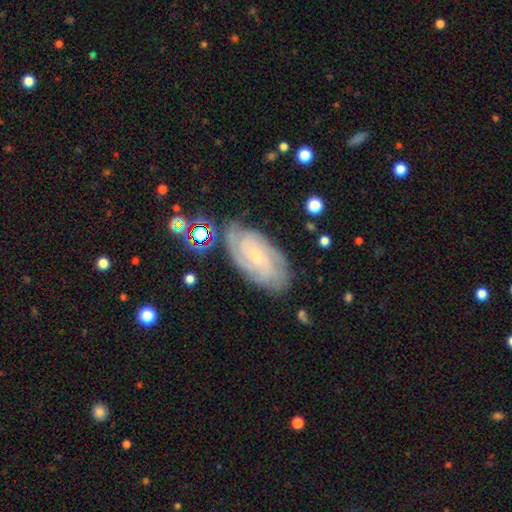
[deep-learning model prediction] smooth_or_featured: featured or disk (p=0.79) [alt: smooth p=0.13]
disk_edge_on: no (p=0.95) [alt: yes p=0.05]
bar: no (p=0.58) [alt: weak p=0.34]
has_spiral_arms: yes (p=0.96) [alt: no p=0.04]
spiral_winding: tight (p=0.68) [alt: medium p=0.27]
spiral_arm_count: can't tell (p=0.28) [alt: 3 p=0.23]
bulge_size: small (p=0.73) [alt: moderate p=0.18]
merging: none (p=0.76) [alt: minor disturbance p=0.17]